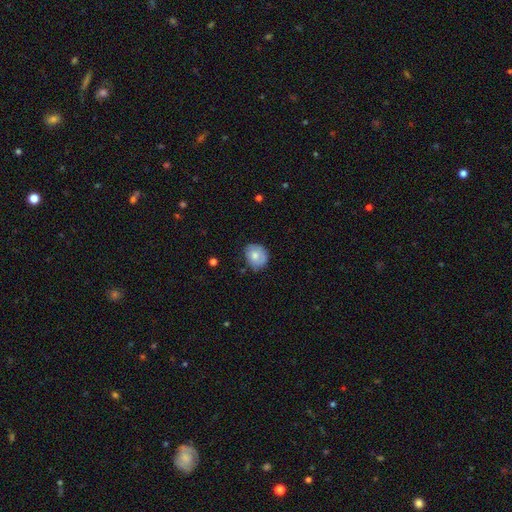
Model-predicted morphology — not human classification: Smooth or featured: smooth — 71% (featured or disk — 21%)
How rounded: round — 63% (in between — 36%)
Merging: none — 69% (minor disturbance — 25%)